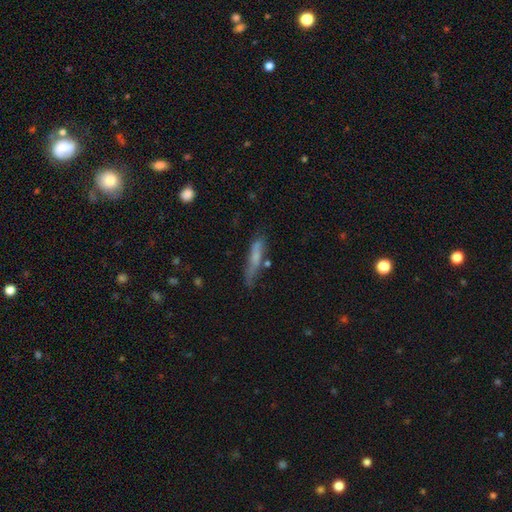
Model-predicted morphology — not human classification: Smooth or featured? smooth (61%)
How rounded? cigar-shaped (86%)
Merging? none (59%)